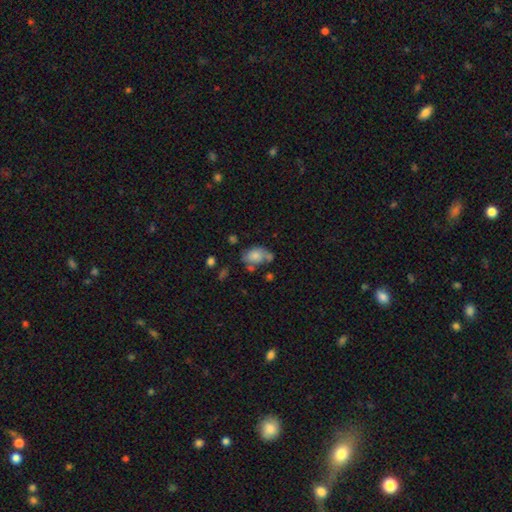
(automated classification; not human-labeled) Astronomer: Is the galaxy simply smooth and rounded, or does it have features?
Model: smooth — 75%.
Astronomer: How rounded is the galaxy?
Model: in between — 80%.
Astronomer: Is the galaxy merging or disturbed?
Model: none — 42% (runner-up: minor disturbance, 24%).